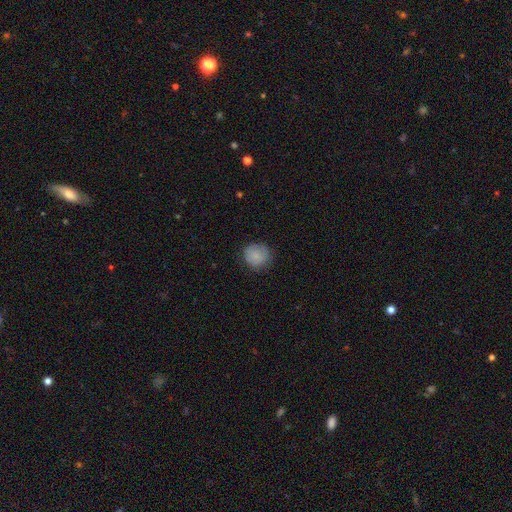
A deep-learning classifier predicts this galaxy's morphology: Smooth or featured? smooth (84%)
How rounded? round (87%)
Merging? none (77%)